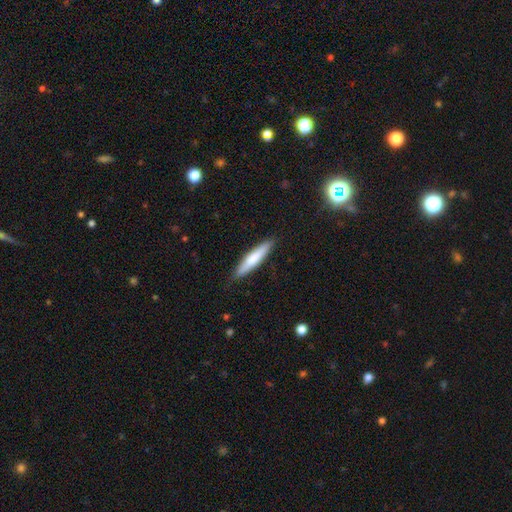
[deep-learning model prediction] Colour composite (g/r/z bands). It shows a smooth galaxy with no disk features (69%) that is cigar-shaped (87%). Merging: none (87%).